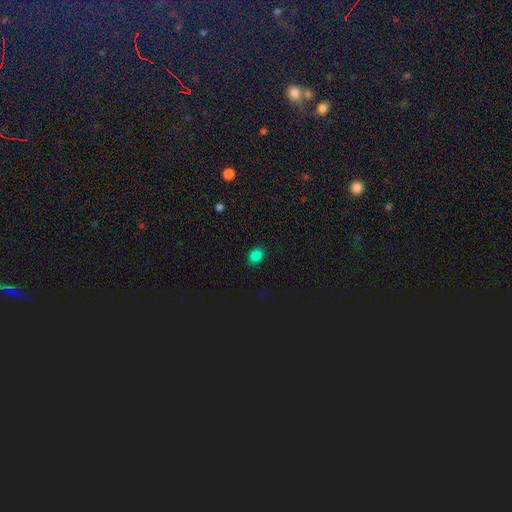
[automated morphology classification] Smooth or featured: smooth — 81% (star or artifact — 15%)
How rounded: in between — 65% (round — 34%)
Merging: none — 87% (minor disturbance — 10%)